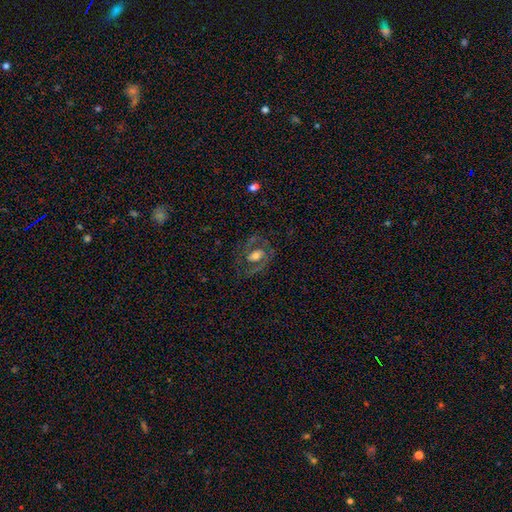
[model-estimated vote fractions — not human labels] A featured or disk galaxy (61%) with no bar (50%), spiral arms (57%) and a moderate central bulge (58%). Merging: none (68%).